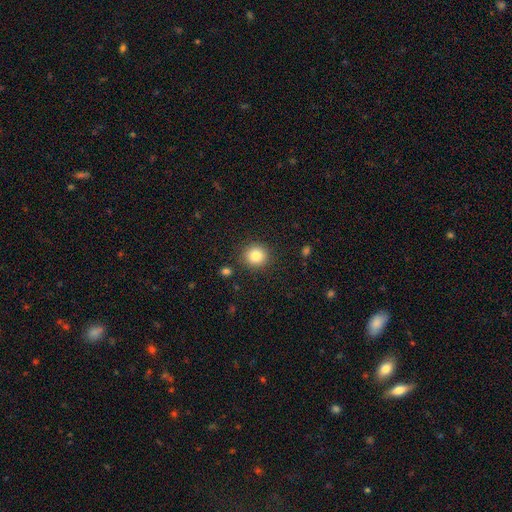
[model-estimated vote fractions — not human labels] This is clearly a smooth galaxy (83%). How rounded: clearly round (90%). Merging: clearly none (89%).